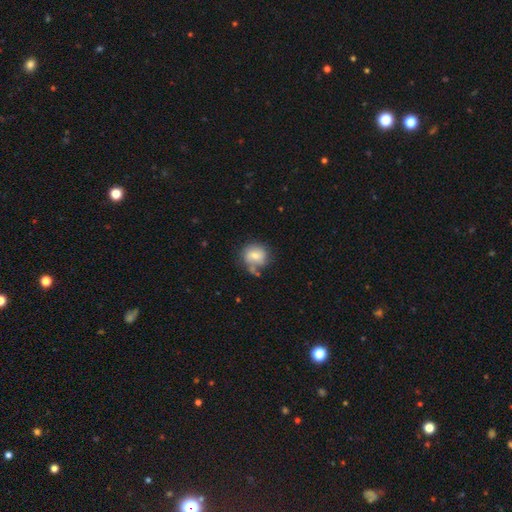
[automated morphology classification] This is likely a smooth galaxy (69%). How rounded: clearly round (80%). Merging: possibly none (58%).